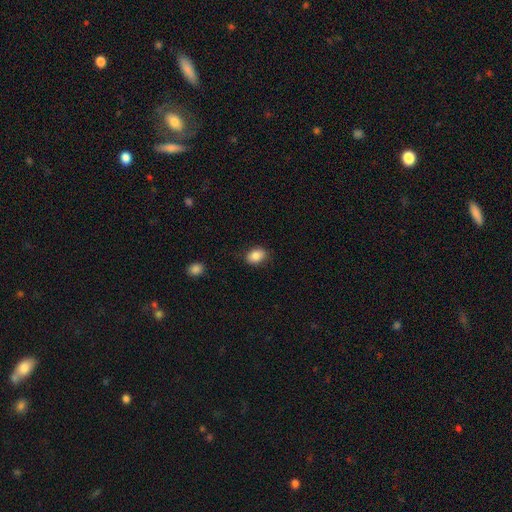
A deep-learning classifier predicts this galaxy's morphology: This is clearly a smooth galaxy (86%). How rounded: likely in between (79%). Merging: clearly none (83%).